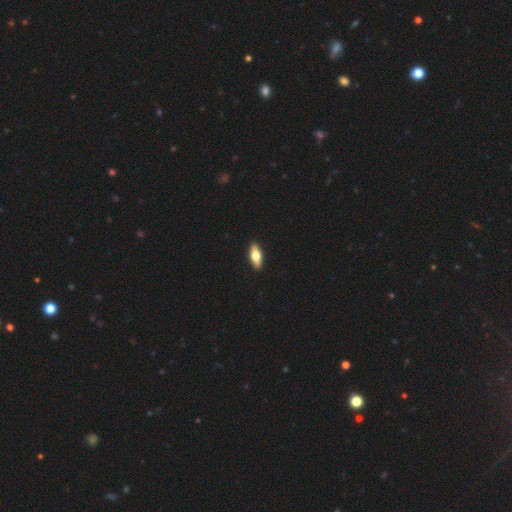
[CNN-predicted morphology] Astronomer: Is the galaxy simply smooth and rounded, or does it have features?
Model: smooth — 63%.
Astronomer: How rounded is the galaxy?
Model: in between — 69%.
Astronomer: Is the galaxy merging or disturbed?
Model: none — 92%.